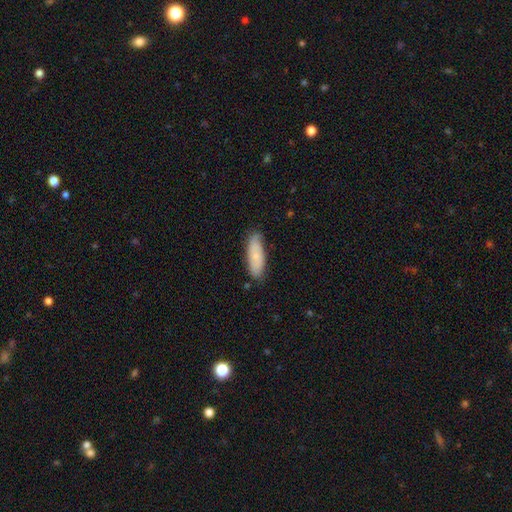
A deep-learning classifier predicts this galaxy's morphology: A smooth galaxy with no disk features (68%) that is in between round and cigar-shaped (56%). Merging: none (79%).